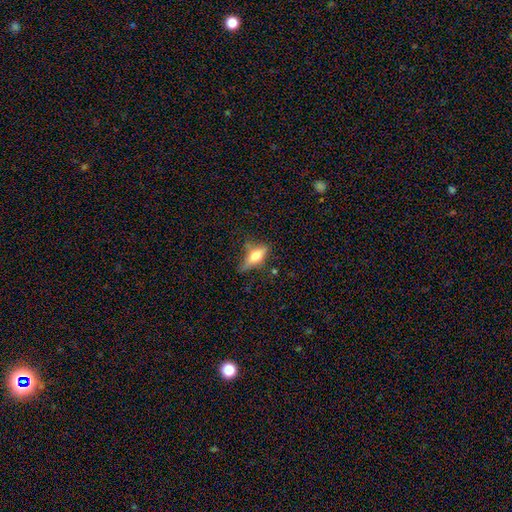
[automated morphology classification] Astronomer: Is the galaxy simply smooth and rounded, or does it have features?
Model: smooth — 54% (runner-up: featured or disk, 37%).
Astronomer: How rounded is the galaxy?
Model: in between — 61%.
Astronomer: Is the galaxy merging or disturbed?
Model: none — 50% (runner-up: minor disturbance, 28%).